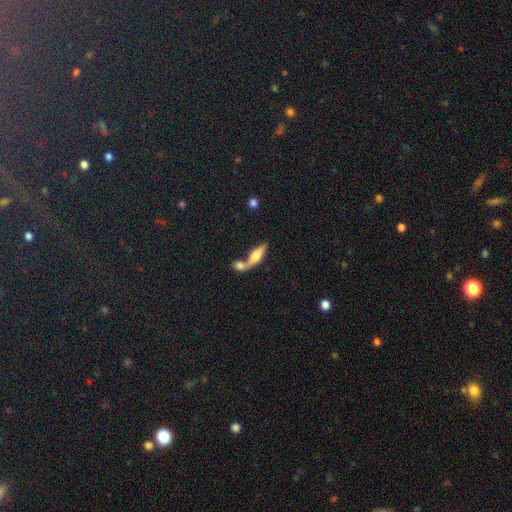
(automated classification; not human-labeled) This is possibly a smooth galaxy (48%). Merging: possibly merger (54%).